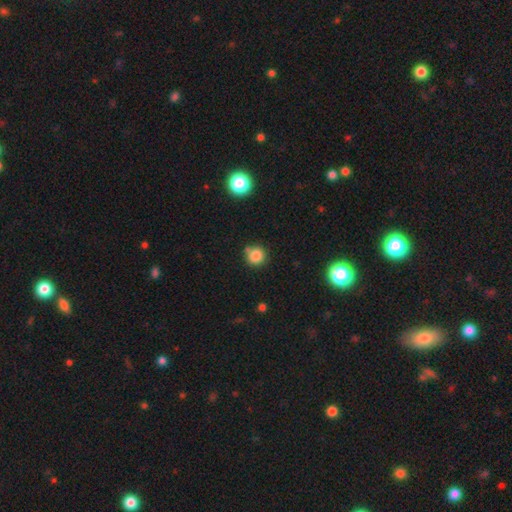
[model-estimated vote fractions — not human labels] smooth_or_featured: smooth (p=0.83) [alt: star or artifact p=0.12]
how_rounded: round (p=0.92) [alt: in between p=0.07]
merging: none (p=0.74) [alt: minor disturbance p=0.13]